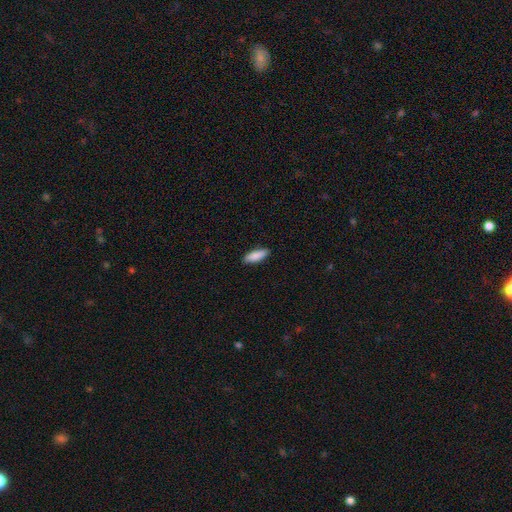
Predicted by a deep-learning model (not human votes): smooth-or-featured: smooth: 88% | featured or disk: 7% | star or artifact: 6%
  how-rounded: in between: 57% | cigar-shaped: 41% | round: 2%
  merging: none: 89% | minor disturbance: 9% | major disturbance: 2% | merger: 1%